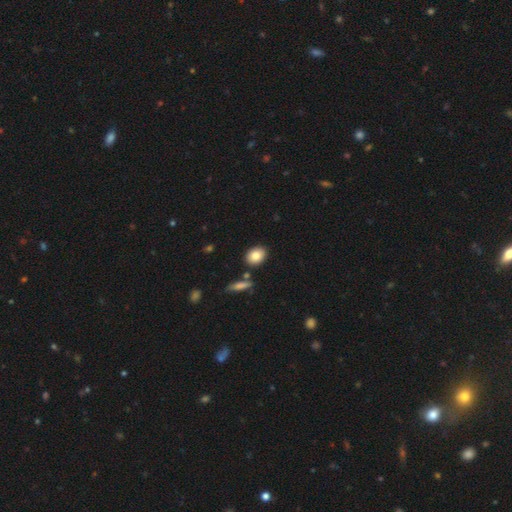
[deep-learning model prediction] Smooth or featured: smooth — 82% (featured or disk — 10%)
How rounded: in between — 70% (round — 28%)
Merging: none — 83% (minor disturbance — 9%)